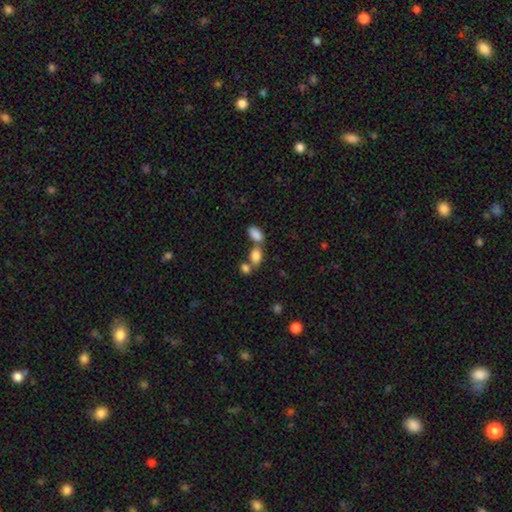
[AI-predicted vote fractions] The model was most divided on "merging": merger: 45%, none: 40%, minor disturbance: 10%, major disturbance: 5%. More confident: smooth or featured — smooth (83%); how rounded — in between (82%).